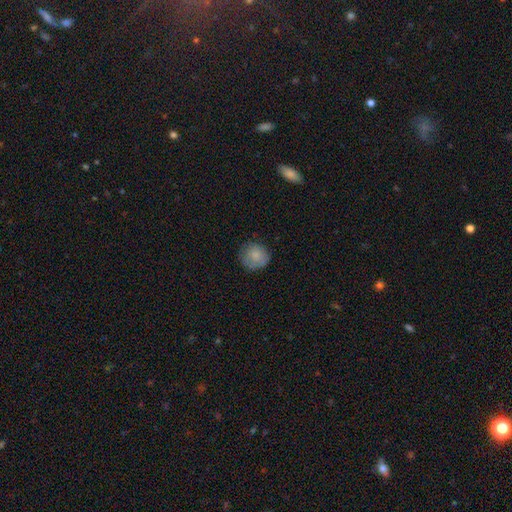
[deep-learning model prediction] Smooth or featured? Predicted: smooth (p=0.80). How rounded? Predicted: round (p=0.90). Merging? Predicted: none (p=0.76).